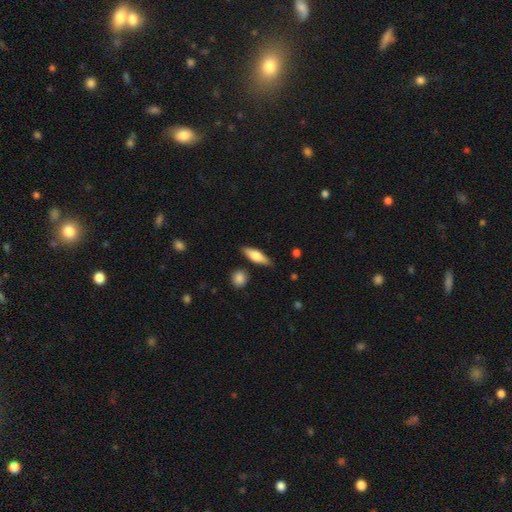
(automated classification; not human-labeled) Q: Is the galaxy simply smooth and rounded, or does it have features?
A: smooth — 65%.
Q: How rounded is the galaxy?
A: in between — 52%.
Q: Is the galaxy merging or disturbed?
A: none — 81%.